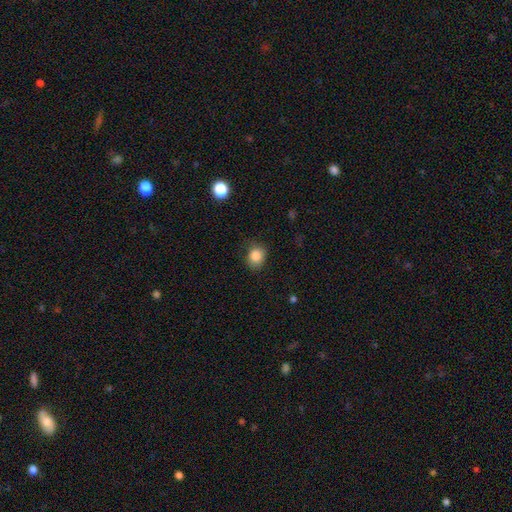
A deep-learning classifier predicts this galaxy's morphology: Smooth or featured? Predicted: smooth (p=0.84). How rounded? Predicted: round (p=0.66). Merging? Predicted: none (p=0.79).